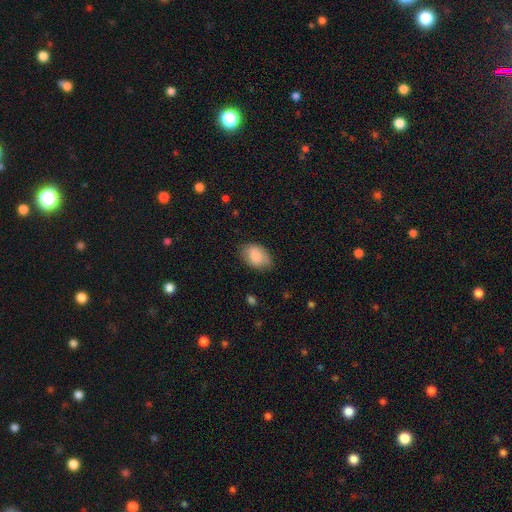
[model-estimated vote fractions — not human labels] Overall: smooth (82%). How rounded: in between (85%). Merging: none (71%).